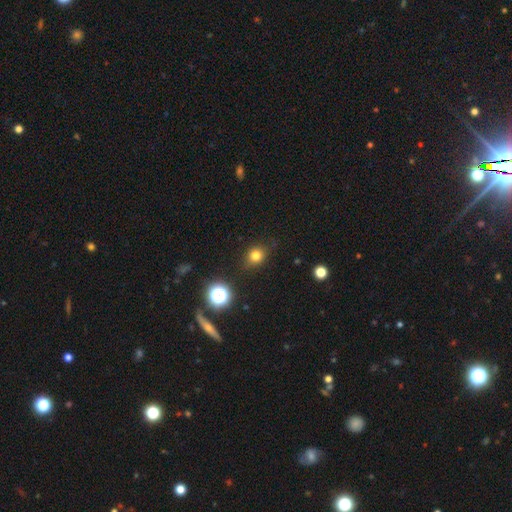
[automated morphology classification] Q: Smooth or featured?
A: smooth (78%); runner-up: star or artifact (16%)
Q: How rounded?
A: round (72%); runner-up: in between (27%)
Q: Merging?
A: none (83%); runner-up: minor disturbance (12%)